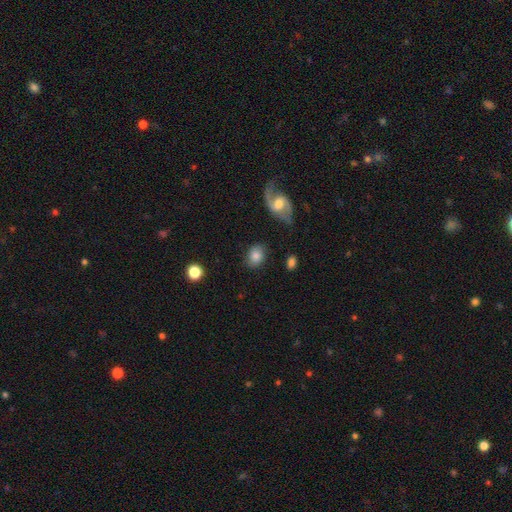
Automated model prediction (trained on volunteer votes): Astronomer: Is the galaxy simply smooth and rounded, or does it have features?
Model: smooth — 74%.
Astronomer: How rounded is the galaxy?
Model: in between — 62%.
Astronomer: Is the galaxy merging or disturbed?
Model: none — 78%.